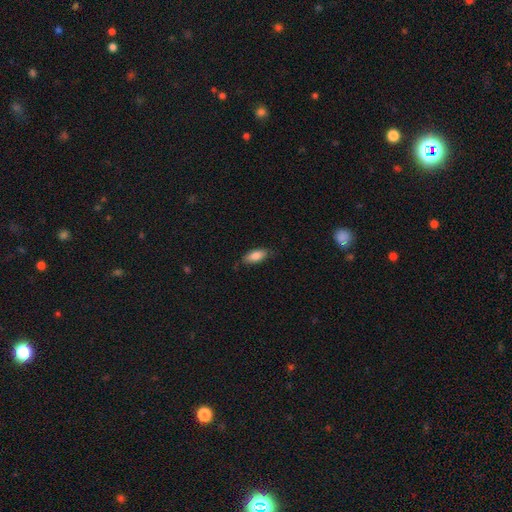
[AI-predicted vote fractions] This is clearly a smooth galaxy (85%). How rounded: clearly in between (84%). Merging: likely none (78%).